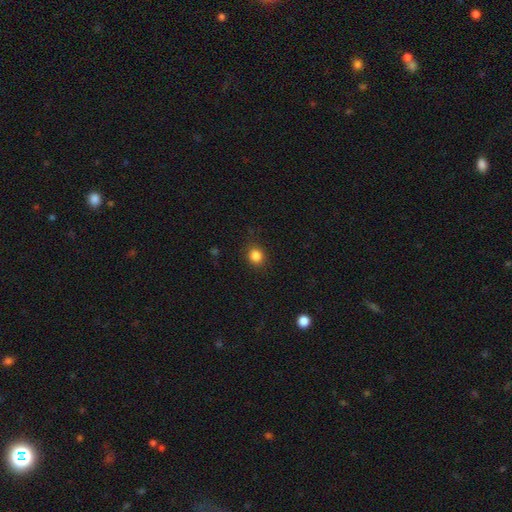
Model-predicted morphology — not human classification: Smooth or featured? Predicted: smooth (p=0.84). How rounded? Predicted: round (p=0.81). Merging? Predicted: none (p=0.87).